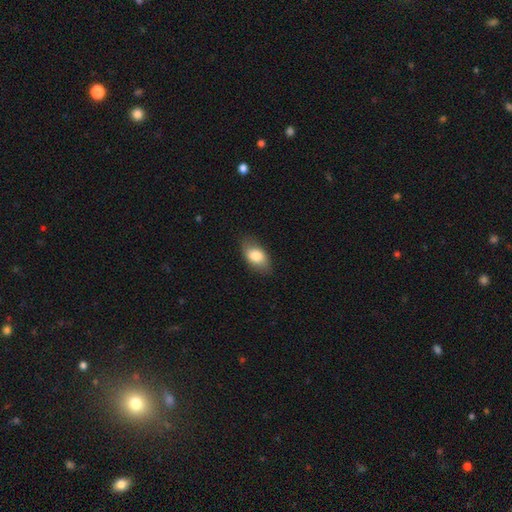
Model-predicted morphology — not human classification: This is likely a smooth galaxy (80%). How rounded: clearly in between (89%). Merging: clearly none (82%).